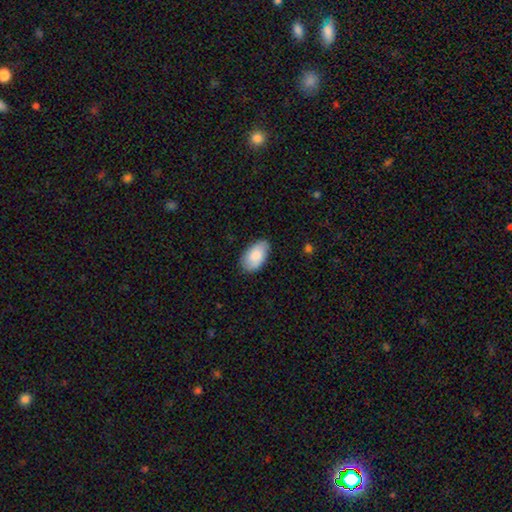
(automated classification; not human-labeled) smooth 83%, featured or disk 11%, star or artifact 6%. Down the decision tree: how rounded — in between (95%); merging — none (79%).